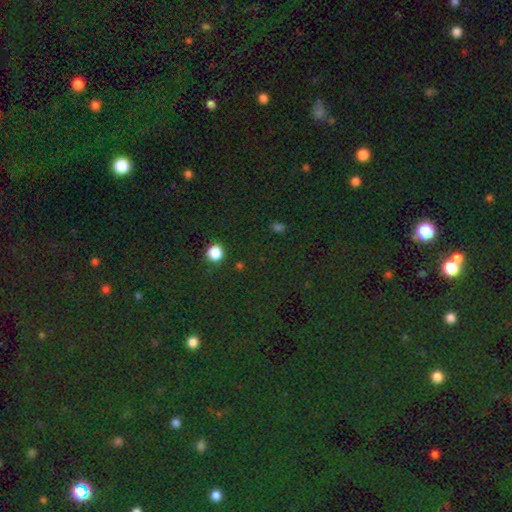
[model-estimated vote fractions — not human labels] Overall: star or artifact (80%).